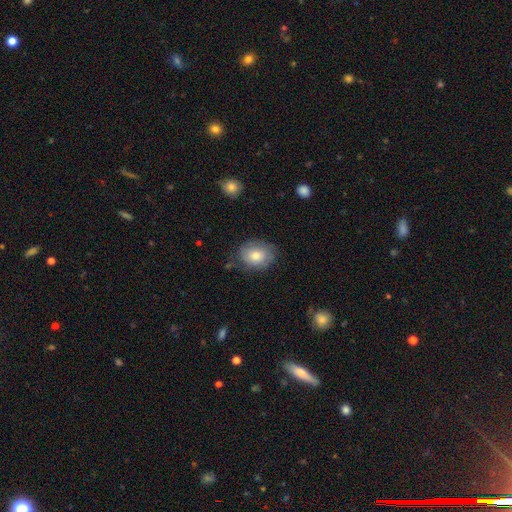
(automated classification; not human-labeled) Smooth or featured: smooth — 71% (featured or disk — 21%)
How rounded: in between — 55% (round — 44%)
Merging: none — 74% (minor disturbance — 19%)